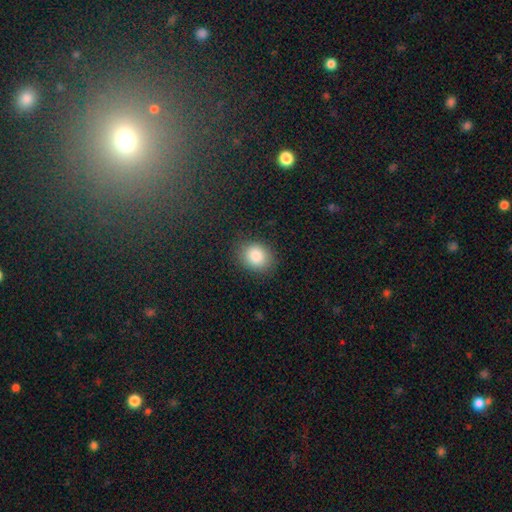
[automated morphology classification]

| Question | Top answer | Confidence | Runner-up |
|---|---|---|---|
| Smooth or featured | smooth | 86% | star or artifact (9%) |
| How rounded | round | 56% | in between (43%) |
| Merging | none | 85% | minor disturbance (10%) |